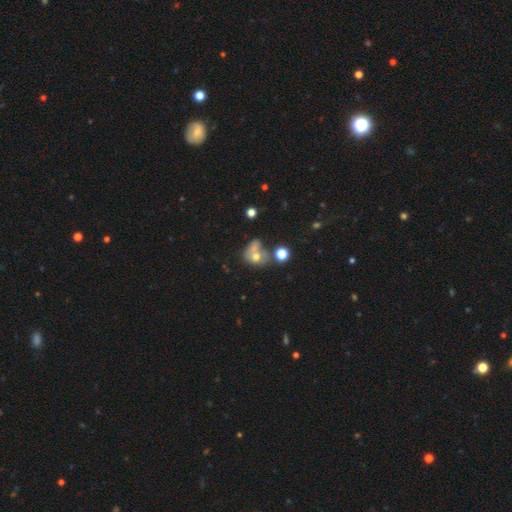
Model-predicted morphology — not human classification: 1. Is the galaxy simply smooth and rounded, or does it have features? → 61% smooth, 25% featured or disk, 15% star or artifact.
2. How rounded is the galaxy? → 59% round, 40% in between, 1% cigar-shaped.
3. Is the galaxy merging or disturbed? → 47% merger, 26% none, 14% major disturbance, 14% minor disturbance.